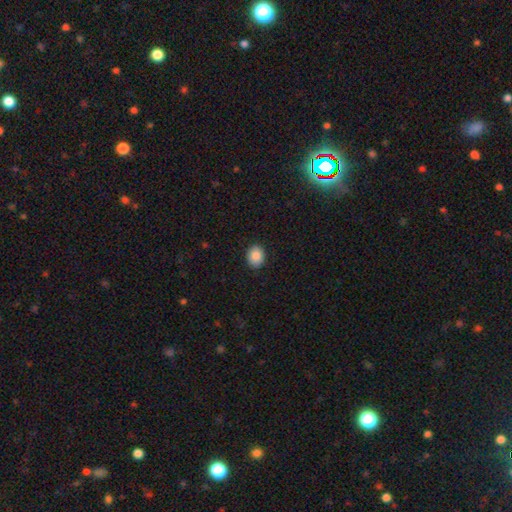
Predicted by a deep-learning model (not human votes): Smooth or featured? Predicted: smooth (p=0.86). How rounded? Predicted: in between (p=0.53). Merging? Predicted: none (p=0.90).